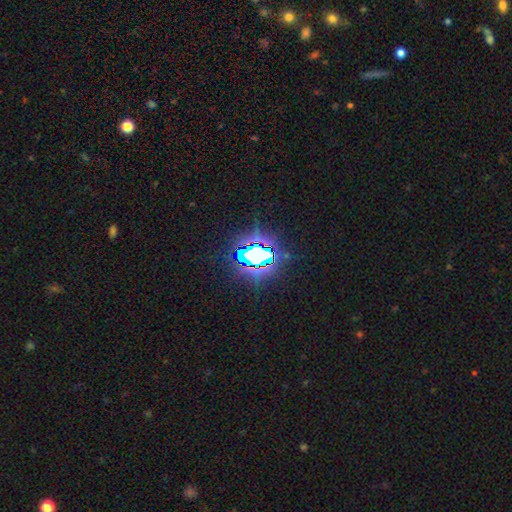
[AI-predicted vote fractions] This appears to be a star or artifact, not a galaxy (72%).